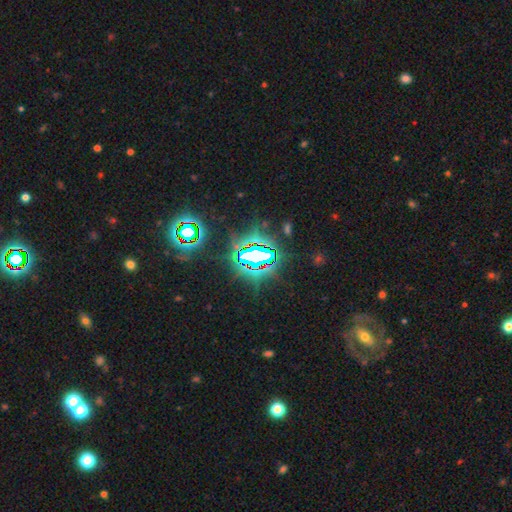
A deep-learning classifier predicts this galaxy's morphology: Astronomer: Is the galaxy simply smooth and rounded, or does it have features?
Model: star or artifact — 79%.